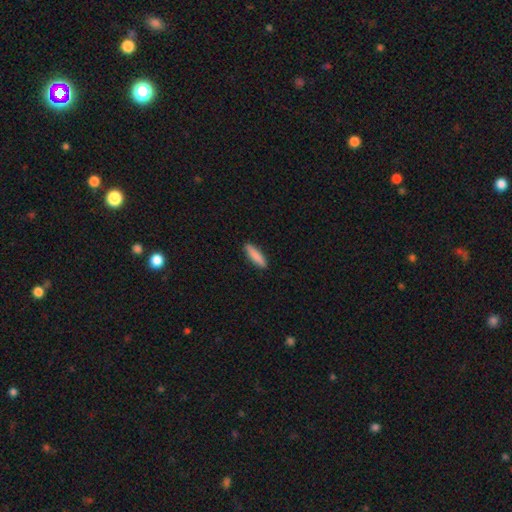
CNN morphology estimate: type=smooth (86%); roundness=cigar-shaped (75%); merging=none (90%).